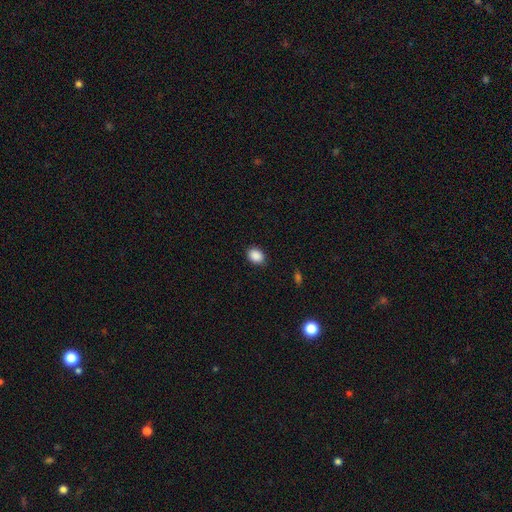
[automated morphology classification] Smooth or featured?
  - smooth: 89% *
  - star or artifact: 8%
  - featured or disk: 3%
How rounded?
  - in between: 63% *
  - round: 36%
  - cigar-shaped: 1%
Merging?
  - none: 88% *
  - minor disturbance: 9%
  - major disturbance: 2%
  - merger: 1%